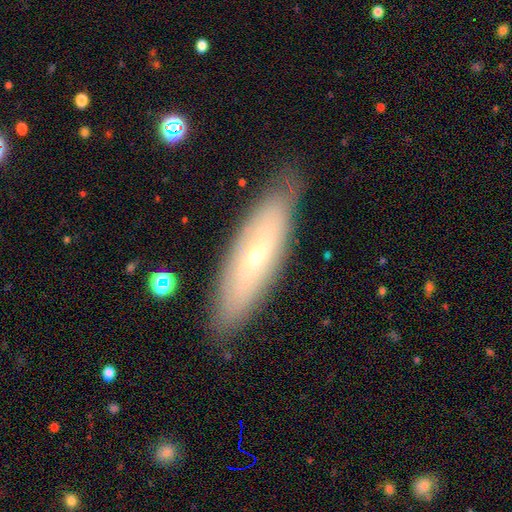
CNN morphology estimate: Overall: featured or disk (57%; smooth 35%). Edge-on disk: no (57%; yes 43%). Merging: none (83%).